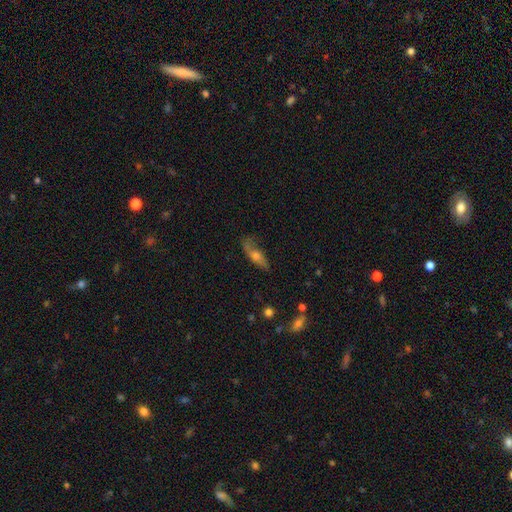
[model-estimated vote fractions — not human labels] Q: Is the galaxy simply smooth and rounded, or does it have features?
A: featured or disk — 51%.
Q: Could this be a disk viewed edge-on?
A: no — 54%.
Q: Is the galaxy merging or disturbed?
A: none — 62%.